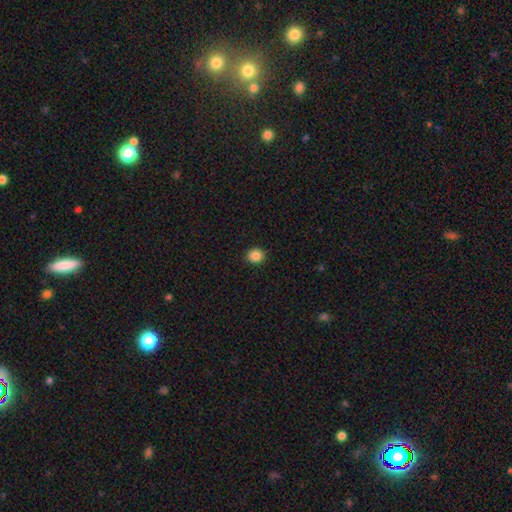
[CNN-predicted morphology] A smooth galaxy with no disk features (86%) that is round (79%). Merging: none (91%).